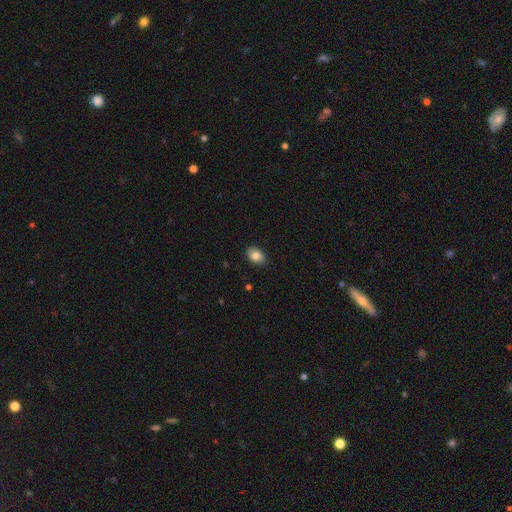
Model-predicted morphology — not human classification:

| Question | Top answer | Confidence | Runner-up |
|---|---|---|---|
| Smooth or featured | smooth | 83% | featured or disk (9%) |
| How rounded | in between | 80% | round (19%) |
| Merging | none | 88% | minor disturbance (9%) |